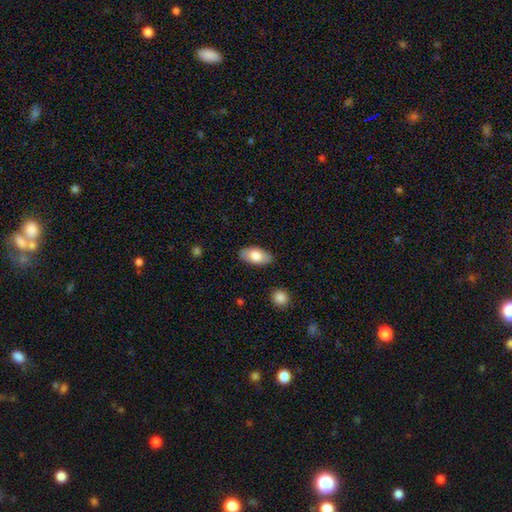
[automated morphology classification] A smooth galaxy with no disk features (77%) that is in between round and cigar-shaped (94%).

Vote fractions:
- Smooth or featured? smooth: 77% / featured or disk: 17% / star or artifact: 6%
- How rounded? in between: 94% / round: 3% / cigar-shaped: 3%
- Merging? none: 86% / minor disturbance: 11% / major disturbance: 2% / merger: 1%